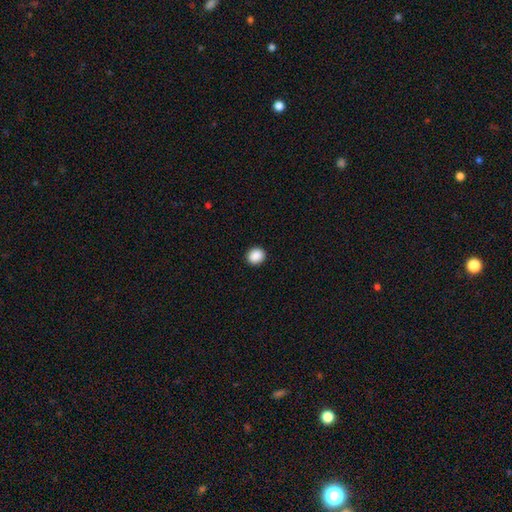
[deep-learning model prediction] smooth-or-featured: smooth: 89% | star or artifact: 8% | featured or disk: 2%
  how-rounded: round: 78% | in between: 21% | cigar-shaped: 1%
  merging: none: 92% | minor disturbance: 5% | major disturbance: 2% | merger: 1%